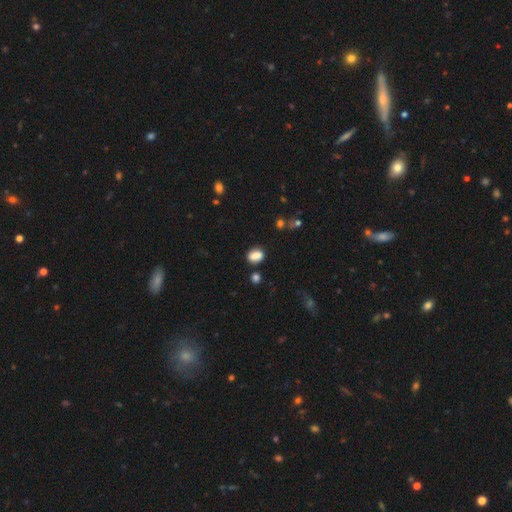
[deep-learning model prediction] Overall: smooth (84%). How rounded: in between (71%). Merging: none (75%).